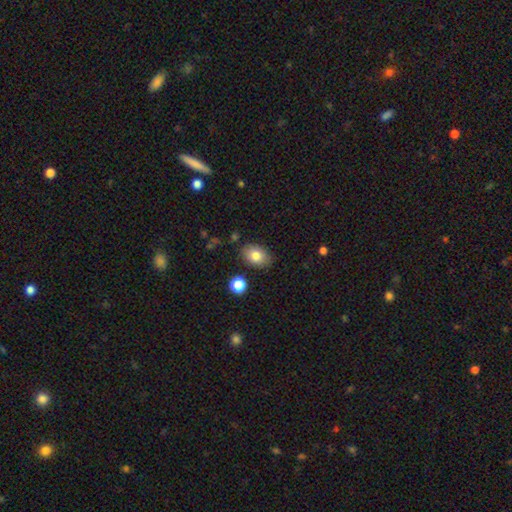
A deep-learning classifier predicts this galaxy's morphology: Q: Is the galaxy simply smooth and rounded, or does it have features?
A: smooth — 82%.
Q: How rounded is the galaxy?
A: in between — 79%.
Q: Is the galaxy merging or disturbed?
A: none — 83%.